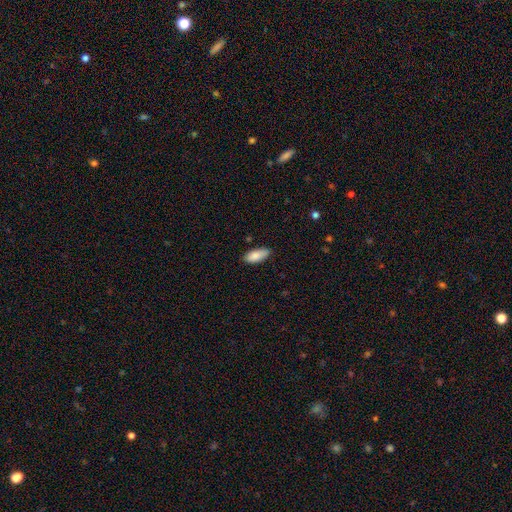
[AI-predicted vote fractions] smooth-or-featured: smooth: 85% | featured or disk: 8% | star or artifact: 6%
  how-rounded: in between: 84% | cigar-shaped: 14% | round: 2%
  merging: none: 79% | minor disturbance: 17% | major disturbance: 2% | merger: 1%